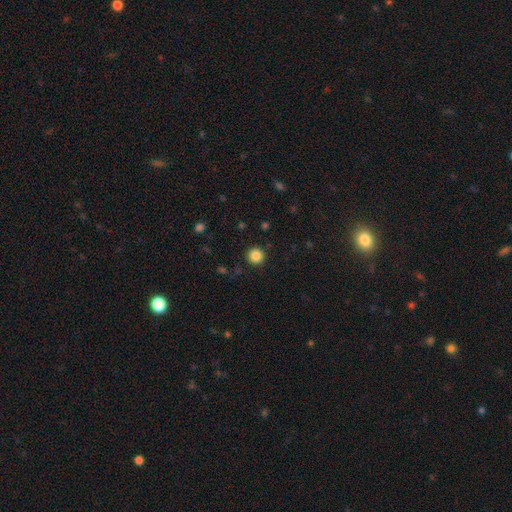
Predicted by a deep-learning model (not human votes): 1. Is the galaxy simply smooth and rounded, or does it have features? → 86% smooth, 11% star or artifact, 3% featured or disk.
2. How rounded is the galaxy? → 95% round, 4% in between, 1% cigar-shaped.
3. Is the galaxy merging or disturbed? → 92% none, 5% minor disturbance, 2% major disturbance, 1% merger.